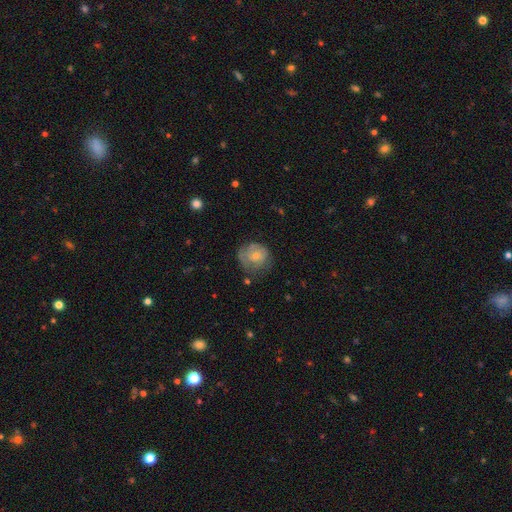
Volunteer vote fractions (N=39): This appears to be a smooth galaxy with no disk features (54%) that is round (76%). Merging: none (73%).